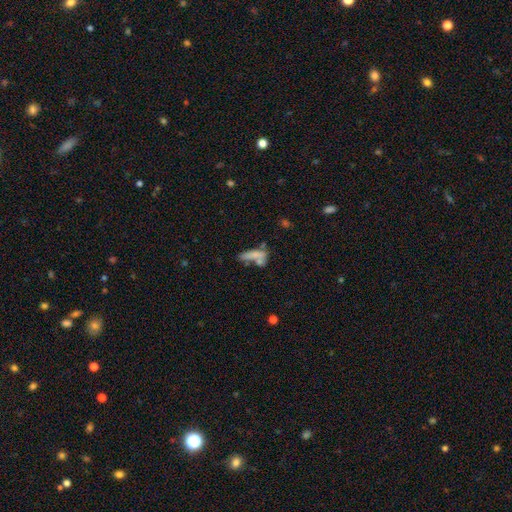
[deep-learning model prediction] smooth 67%, featured or disk 22%, star or artifact 11%. Down the decision tree: how rounded — cigar-shaped (57%); merging — none (35%, tied with merger).